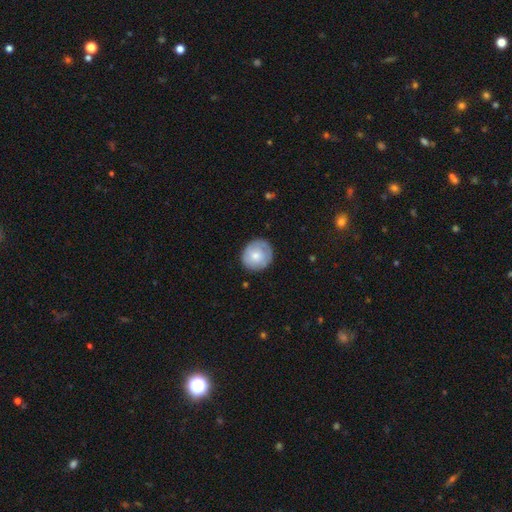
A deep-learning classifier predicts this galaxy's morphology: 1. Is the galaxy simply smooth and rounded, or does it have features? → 67% smooth, 27% featured or disk, 6% star or artifact.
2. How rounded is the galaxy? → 87% round, 12% in between, 1% cigar-shaped.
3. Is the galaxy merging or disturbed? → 80% none, 15% minor disturbance, 3% major disturbance, 1% merger.